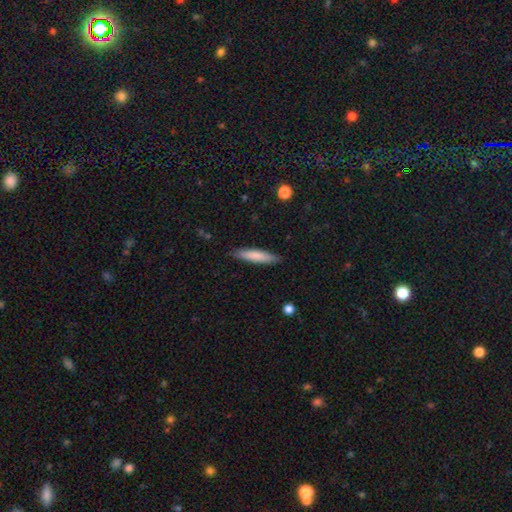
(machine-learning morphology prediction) smooth-or-featured: smooth: 78% | featured or disk: 17% | star or artifact: 5%
  how-rounded: cigar-shaped: 84% | in between: 15% | round: 1%
  merging: none: 88% | minor disturbance: 9% | major disturbance: 2% | merger: 1%